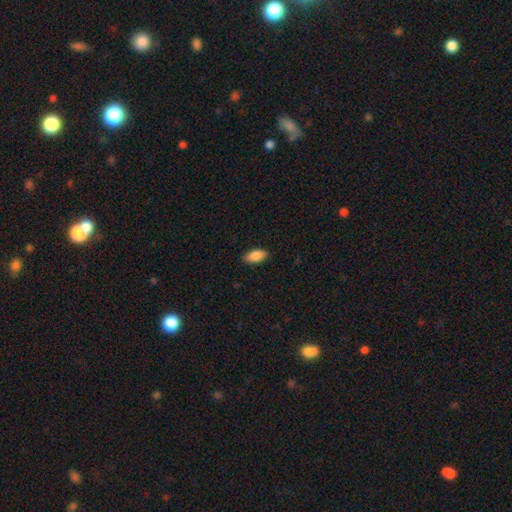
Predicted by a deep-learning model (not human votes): Smooth or featured? smooth (88%)
How rounded? in between (93%)
Merging? none (87%)